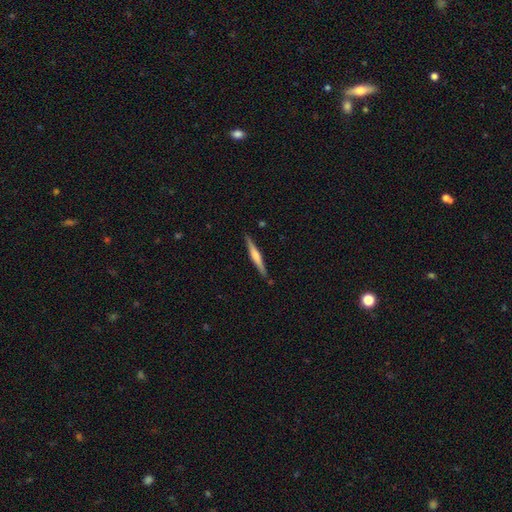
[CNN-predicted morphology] Smooth or featured? Predicted: featured or disk (p=0.62). Edge-on disk? Predicted: yes (p=0.98). Edge-on bulge? Predicted: rounded (p=0.61). Merging? Predicted: none (p=0.89).